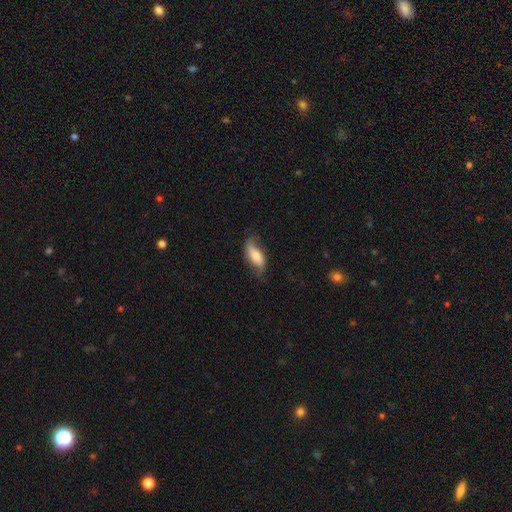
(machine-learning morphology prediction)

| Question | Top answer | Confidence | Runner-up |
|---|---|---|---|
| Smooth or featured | smooth | 64% | featured or disk (29%) |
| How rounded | in between | 81% | cigar-shaped (17%) |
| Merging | none | 55% | minor disturbance (30%) |